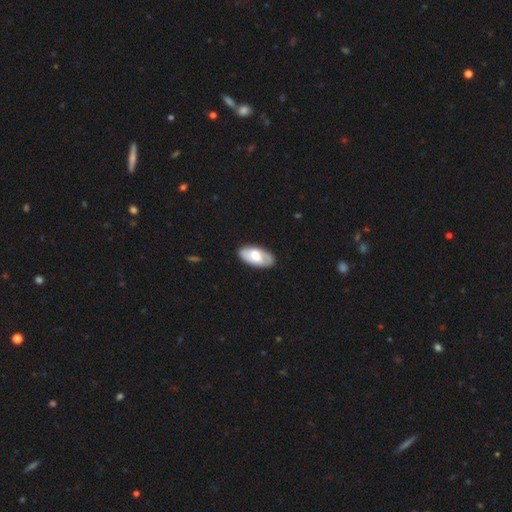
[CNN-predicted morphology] smooth 62%, featured or disk 33%, star or artifact 5%. Down the decision tree: how rounded — in between (94%); merging — none (85%).